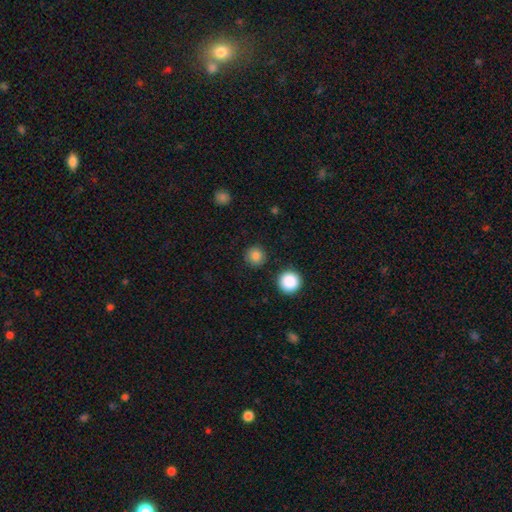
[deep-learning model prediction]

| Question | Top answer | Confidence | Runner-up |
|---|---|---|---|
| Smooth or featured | smooth | 84% | star or artifact (11%) |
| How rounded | round | 95% | in between (4%) |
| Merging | none | 89% | minor disturbance (6%) |